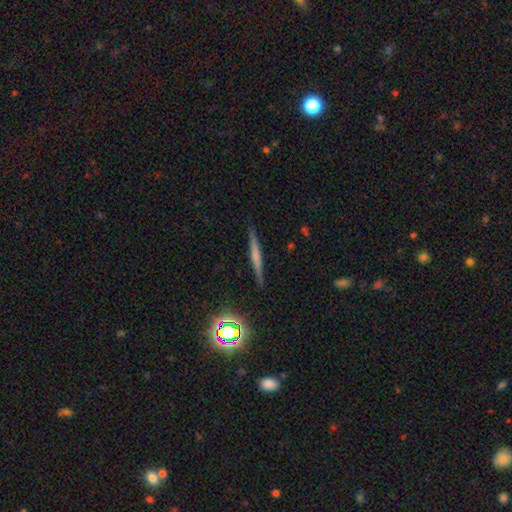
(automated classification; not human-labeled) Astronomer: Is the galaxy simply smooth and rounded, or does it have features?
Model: featured or disk — 49% (runner-up: smooth, 39%).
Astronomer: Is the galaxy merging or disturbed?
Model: none — 89%.